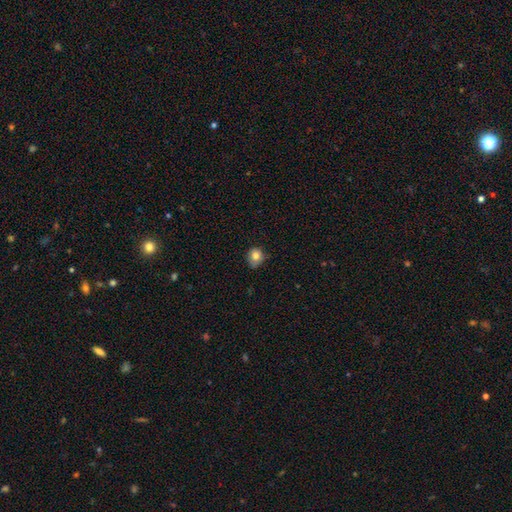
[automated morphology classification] The model was most divided on "merging": none: 58%, minor disturbance: 33%, major disturbance: 7%, merger: 2%. More confident: how rounded — round (80%); smooth or featured — smooth (79%).